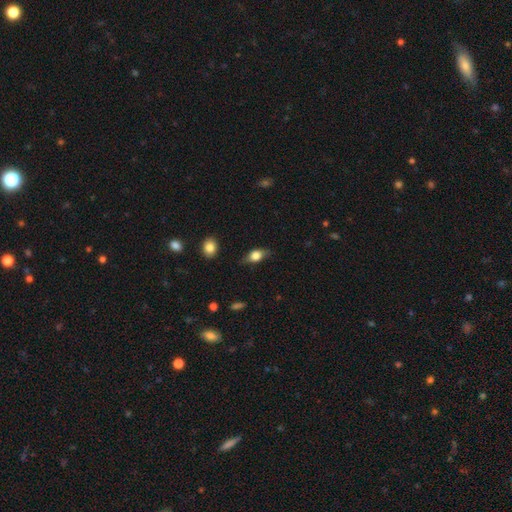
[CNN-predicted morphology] Smooth or featured? Predicted: smooth (p=0.68). How rounded? Predicted: in between (p=0.76). Merging? Predicted: none (p=0.73).